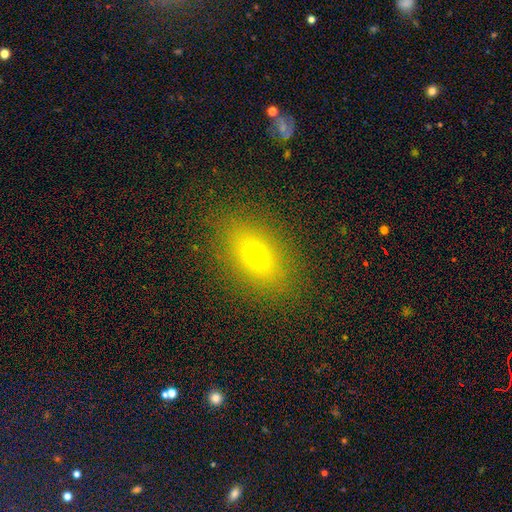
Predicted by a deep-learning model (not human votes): The model was most divided on "smooth or featured": smooth: 66%, featured or disk: 18%, star or artifact: 16%. More confident: merging — none (86%); how rounded — in between (78%).